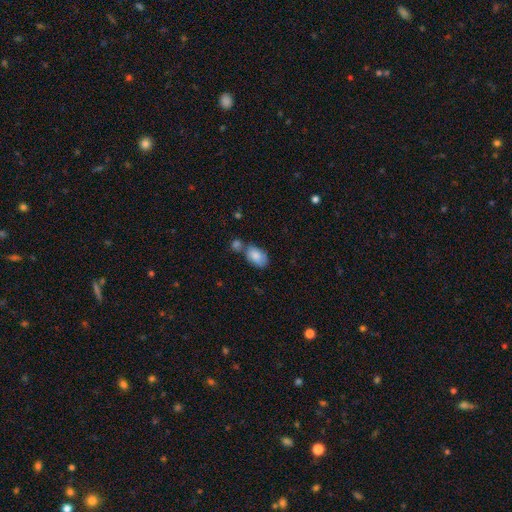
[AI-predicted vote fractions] smooth 81%, featured or disk 12%, star or artifact 7%. Down the decision tree: how rounded — in between (90%); merging — none (44%).